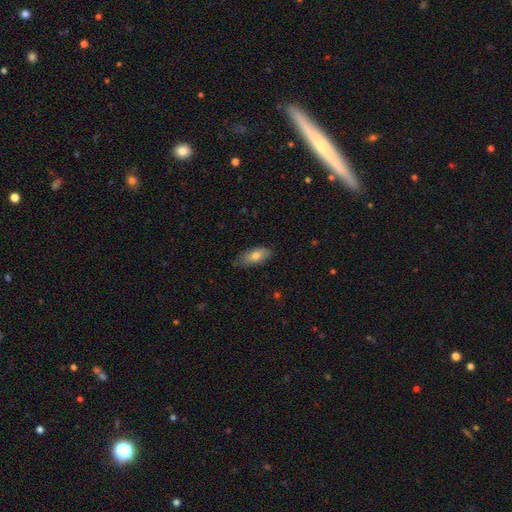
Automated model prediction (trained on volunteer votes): Morphology: type=smooth (76%); roundness=in between (86%); merging=none (75%).